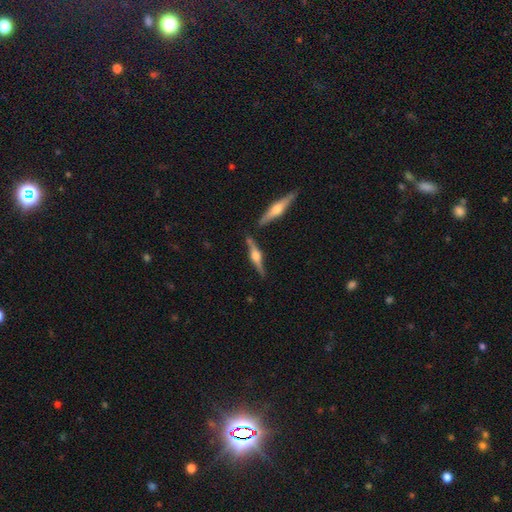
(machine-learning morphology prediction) Smooth or featured? featured or disk (81%)
Edge-on disk? yes (98%)
Edge-on bulge? rounded (94%)
Merging? none (80%)